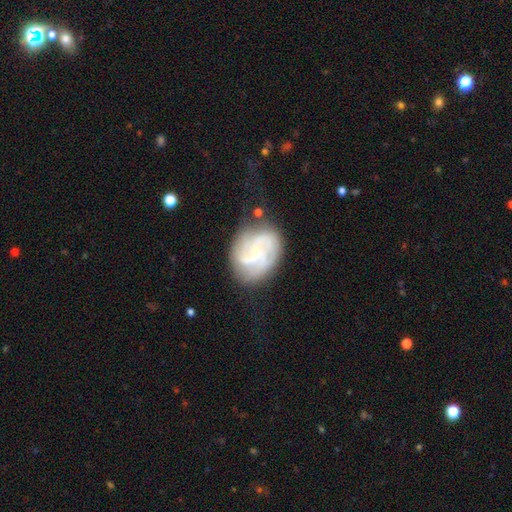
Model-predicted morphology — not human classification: Q: Smooth or featured?
A: featured or disk (74%); runner-up: smooth (18%)
Q: Edge-on disk?
A: no (97%); runner-up: yes (3%)
Q: Bar?
A: no (55%); runner-up: weak (37%)
Q: Spiral arms?
A: yes (92%); runner-up: no (8%)
Q: Spiral winding?
A: tight (42%); runner-up: medium (40%)
Q: Spiral arm count?
A: 3 (27%); runner-up: can't tell (26%)
Q: Bulge size?
A: small (66%); runner-up: moderate (17%)
Q: Merging?
A: none (65%); runner-up: minor disturbance (21%)